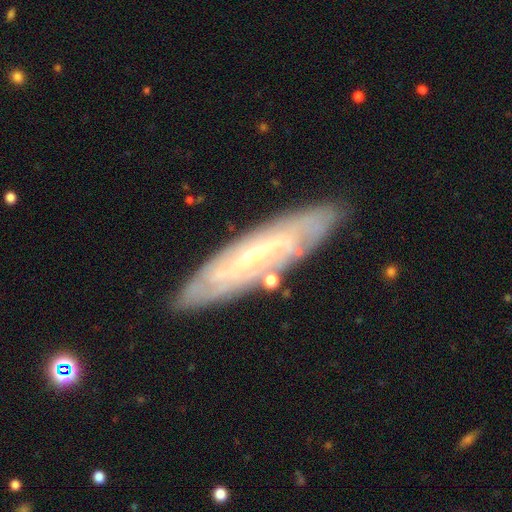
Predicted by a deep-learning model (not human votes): Q: Smooth or featured?
A: featured or disk (75%); runner-up: smooth (19%)
Q: Edge-on disk?
A: no (68%); runner-up: yes (32%)
Q: Bar?
A: weak (40%); runner-up: no (38%)
Q: Spiral arms?
A: yes (86%); runner-up: no (14%)
Q: Bulge size?
A: small (77%); runner-up: moderate (16%)
Q: Merging?
A: none (82%); runner-up: minor disturbance (13%)